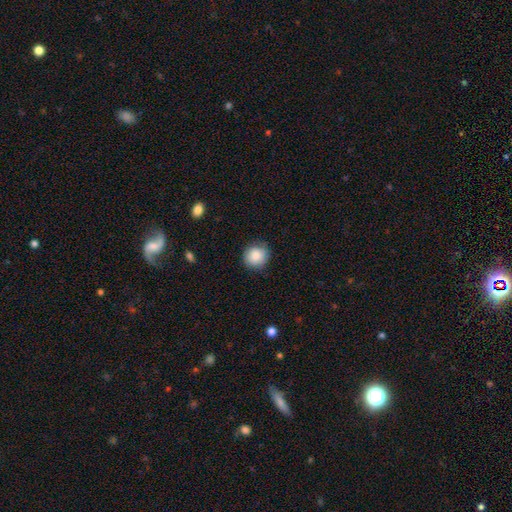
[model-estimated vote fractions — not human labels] This appears to be a smooth galaxy with no disk features (87%) that is round (90%). Merging: none (82%).